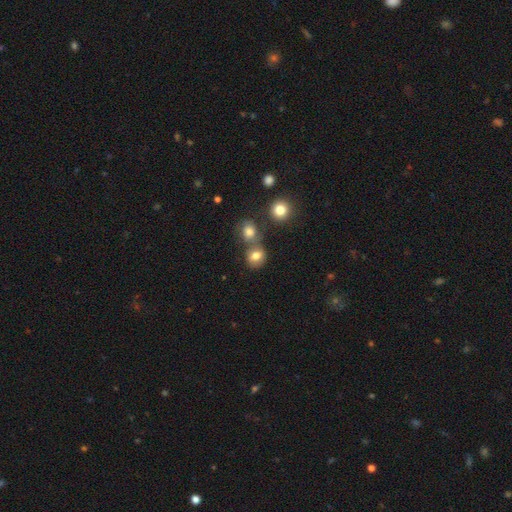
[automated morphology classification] Q: Smooth or featured?
A: smooth (76%); runner-up: star or artifact (13%)
Q: How rounded?
A: round (67%); runner-up: in between (32%)
Q: Merging?
A: none (50%); runner-up: merger (35%)